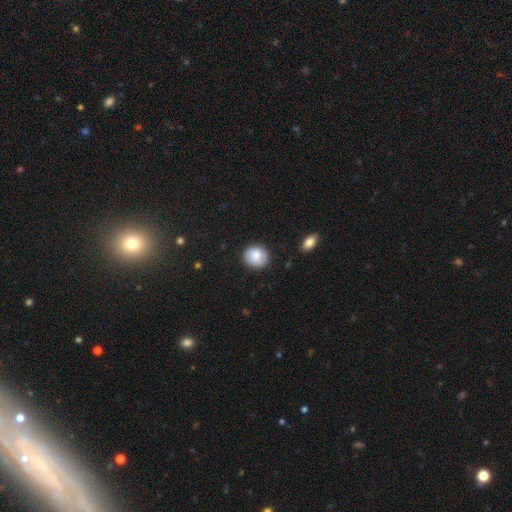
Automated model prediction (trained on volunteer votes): This appears to be a smooth galaxy with no disk features (86%) that is round (74%). Merging: none (85%).